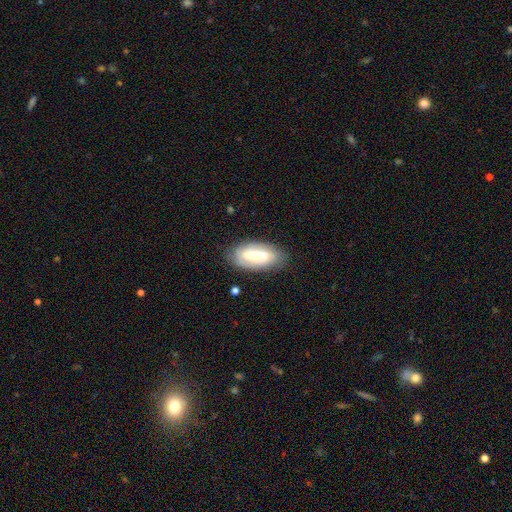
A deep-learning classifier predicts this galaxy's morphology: featured or disk 51%, smooth 42%, star or artifact 7%. Down the decision tree: edge-on disk — no (90%); merging — none (78%).